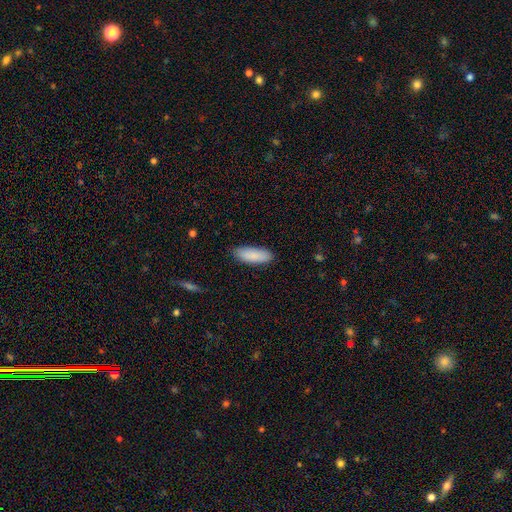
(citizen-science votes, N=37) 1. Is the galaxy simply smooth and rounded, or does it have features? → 95% smooth, 5% featured or disk, 0% star or artifact.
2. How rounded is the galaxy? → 94% in between, 6% cigar-shaped, 0% round.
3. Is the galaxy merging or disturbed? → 81% none, 11% major disturbance, 8% minor disturbance, 0% merger.